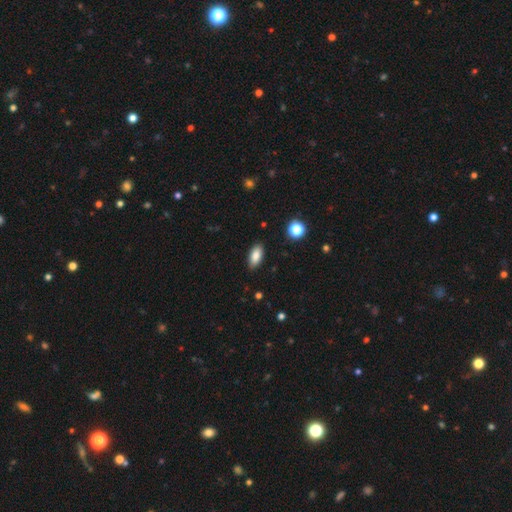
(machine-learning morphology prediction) smooth 86%, star or artifact 8%, featured or disk 6%. Down the decision tree: how rounded — in between (89%); merging — none (87%).